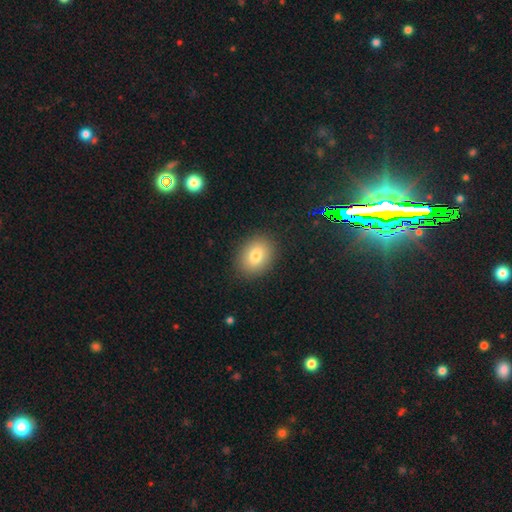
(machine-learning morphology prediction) The model was most divided on "how rounded": in between: 59%, round: 40%, cigar-shaped: 1%. More confident: merging — none (89%); smooth or featured — smooth (80%).